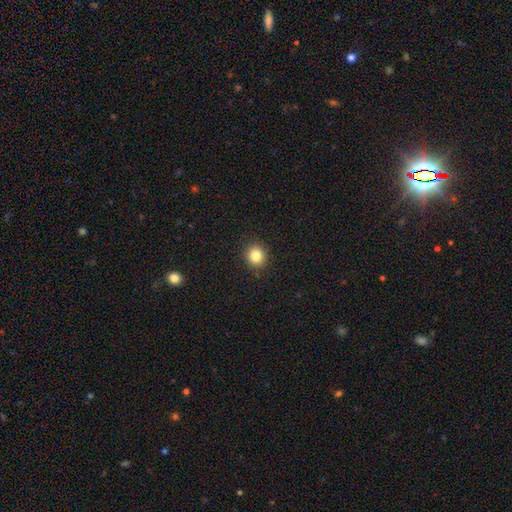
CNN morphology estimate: This appears to be a smooth galaxy with no disk features (83%) that is round (83%). Merging: none (91%).